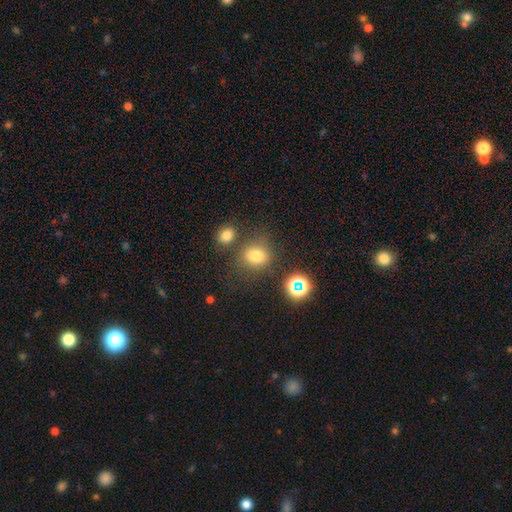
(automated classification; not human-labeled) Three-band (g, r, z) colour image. It shows a smooth galaxy with no disk features (74%) that is round (58%). Merging: none (68%).